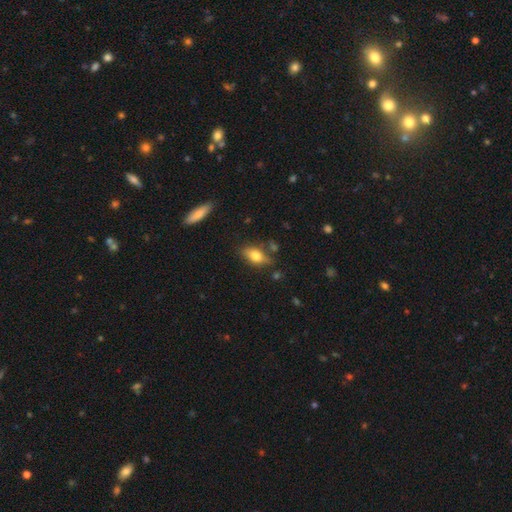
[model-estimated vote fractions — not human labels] Smooth or featured? smooth (72%)
How rounded? in between (81%)
Merging? none (71%)